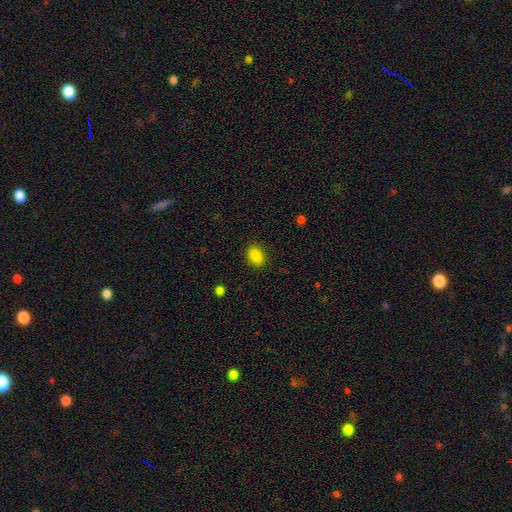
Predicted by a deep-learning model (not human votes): Morphology: type=smooth (87%); roundness=in between (74%); merging=none (87%).